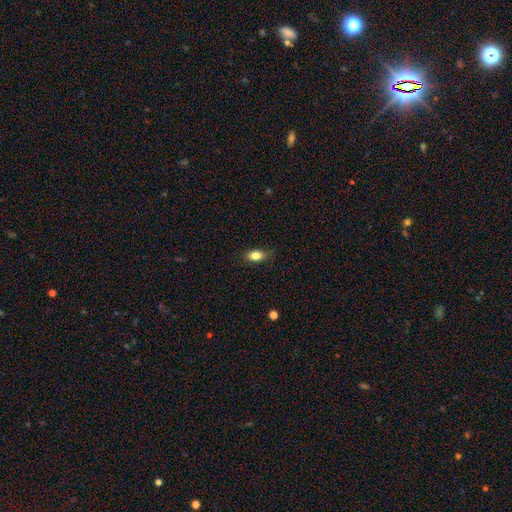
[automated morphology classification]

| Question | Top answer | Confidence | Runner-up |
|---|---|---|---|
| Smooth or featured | smooth | 83% | star or artifact (8%) |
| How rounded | in between | 85% | round (10%) |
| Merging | none | 78% | minor disturbance (18%) |